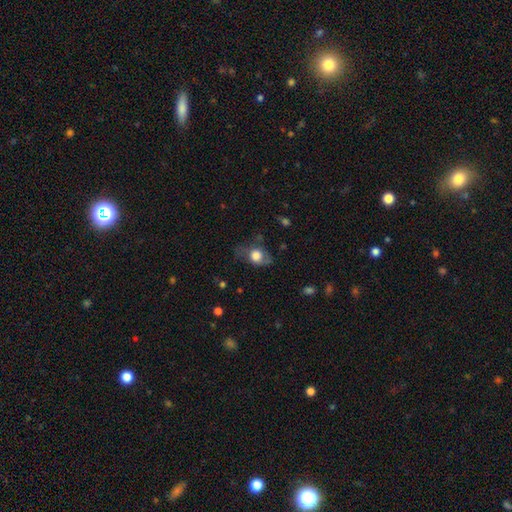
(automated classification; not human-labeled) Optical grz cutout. It shows a smooth galaxy with no disk features (72%) that is in between round and cigar-shaped (51%). Merging: none (46%).